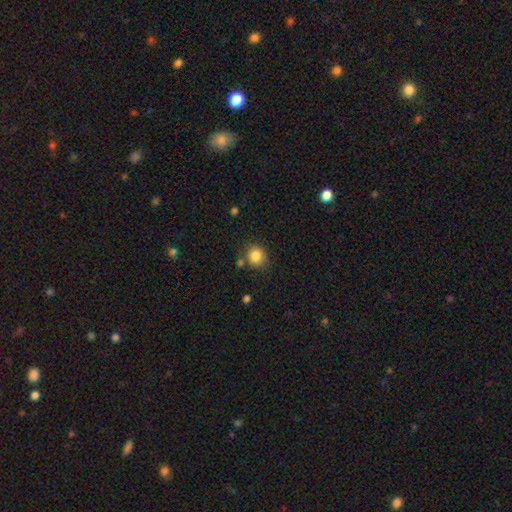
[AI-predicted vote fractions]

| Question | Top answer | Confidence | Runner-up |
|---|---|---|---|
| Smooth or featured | smooth | 84% | star or artifact (10%) |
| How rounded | round | 84% | in between (15%) |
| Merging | none | 76% | minor disturbance (12%) |